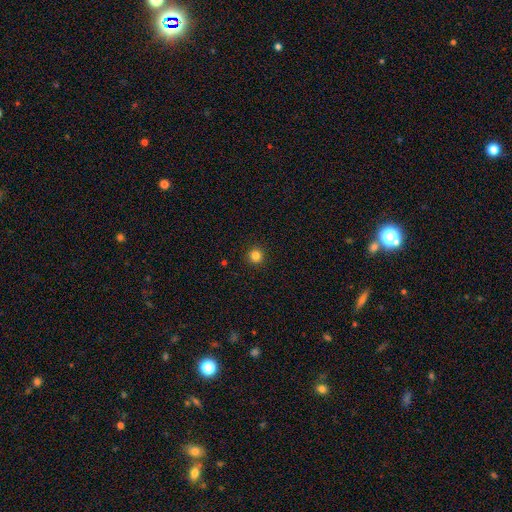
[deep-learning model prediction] Overall: smooth (83%). How rounded: round (95%). Merging: none (93%).